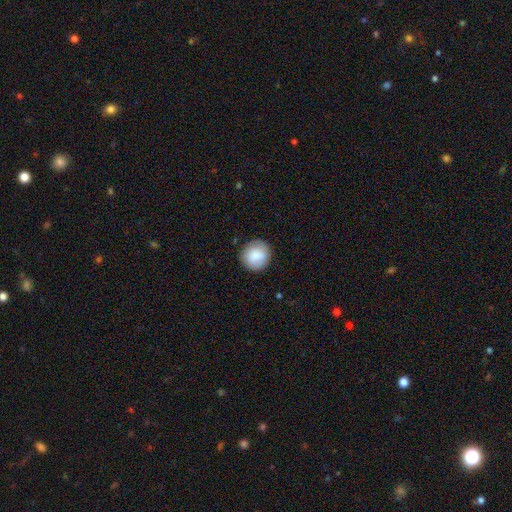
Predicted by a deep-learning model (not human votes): Smooth or featured: smooth — 85% (featured or disk — 8%)
How rounded: round — 91% (in between — 8%)
Merging: none — 86% (minor disturbance — 10%)